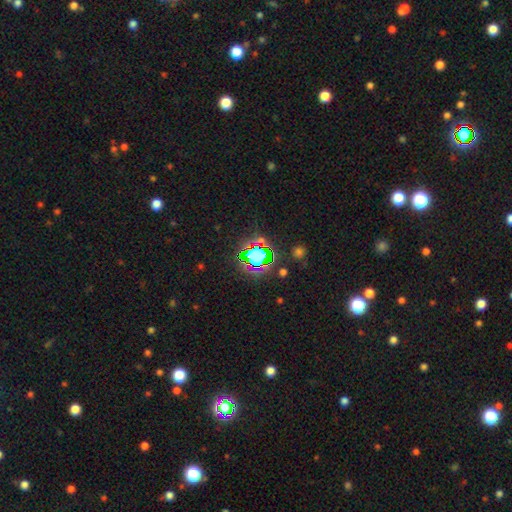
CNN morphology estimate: star or artifact 64%, smooth 24%, featured or disk 13%.